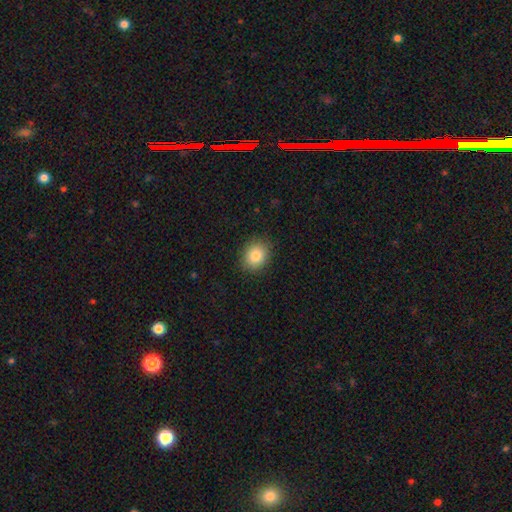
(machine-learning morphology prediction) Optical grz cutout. It shows a smooth galaxy with no disk features (82%) that is round (61%). Merging: none (88%).